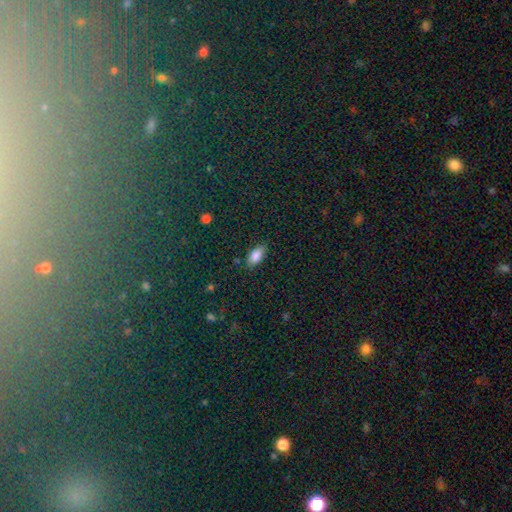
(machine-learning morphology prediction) type=smooth (84%); roundness=in between (90%); merging=none (84%).